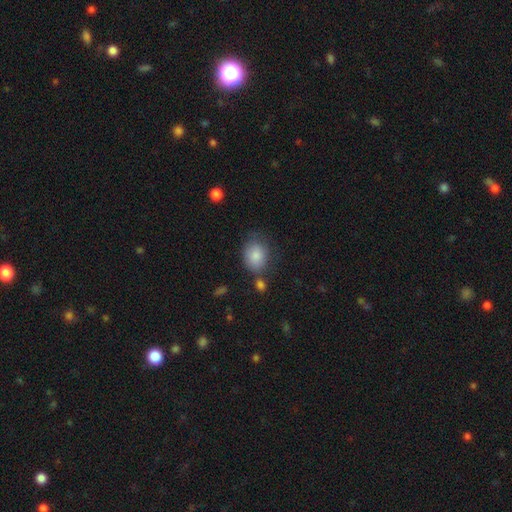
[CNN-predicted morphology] Overall: smooth (85%). How rounded: in between (64%; round 35%). Merging: none (60%; minor disturbance 24%).